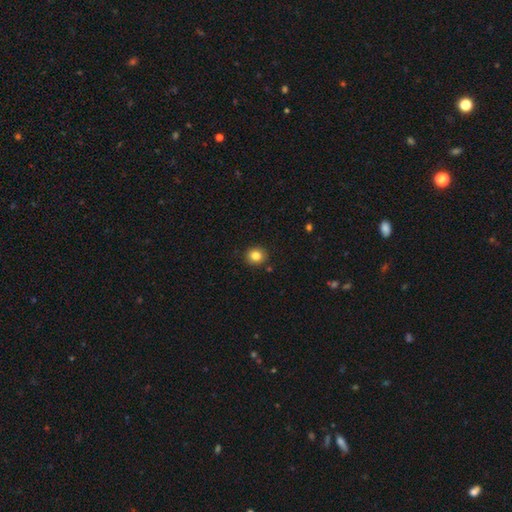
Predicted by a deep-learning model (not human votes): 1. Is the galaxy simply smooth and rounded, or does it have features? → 83% smooth, 11% star or artifact, 6% featured or disk.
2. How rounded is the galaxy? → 83% round, 16% in between, 1% cigar-shaped.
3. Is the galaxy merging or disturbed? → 90% none, 7% minor disturbance, 2% major disturbance, 2% merger.